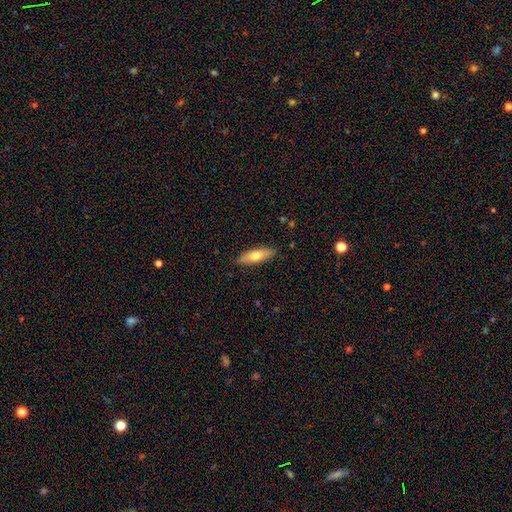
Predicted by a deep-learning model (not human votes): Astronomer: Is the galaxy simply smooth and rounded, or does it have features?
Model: smooth — 68%.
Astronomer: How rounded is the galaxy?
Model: in between — 52% (runner-up: cigar-shaped, 46%).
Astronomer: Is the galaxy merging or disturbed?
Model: none — 88%.